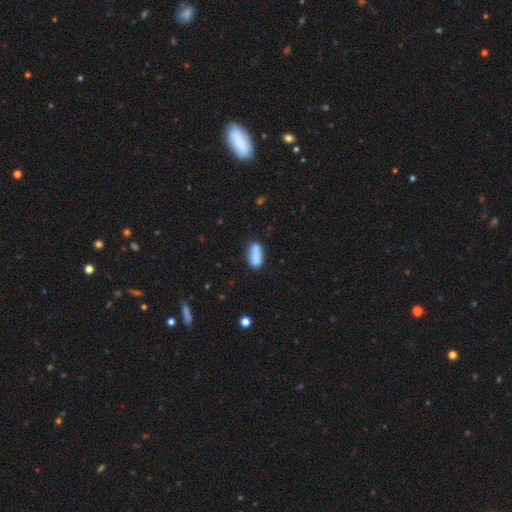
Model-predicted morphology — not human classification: smooth 82%, featured or disk 11%, star or artifact 8%. Down the decision tree: how rounded — in between (66%); merging — none (64%).